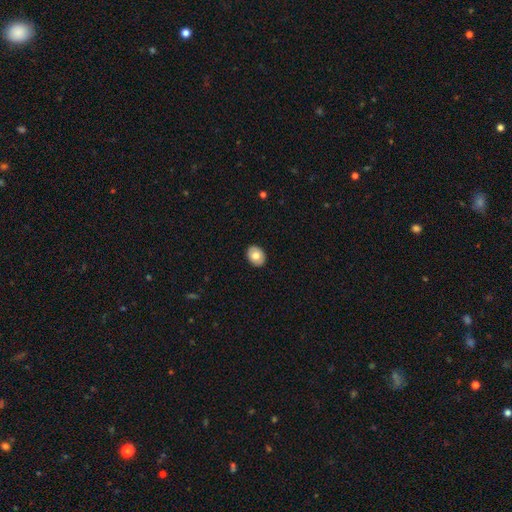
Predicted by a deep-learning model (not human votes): smooth_or_featured: smooth (p=0.75) [alt: featured or disk p=0.18]
how_rounded: in between (p=0.64) [alt: round p=0.35]
merging: none (p=0.90) [alt: minor disturbance p=0.07]